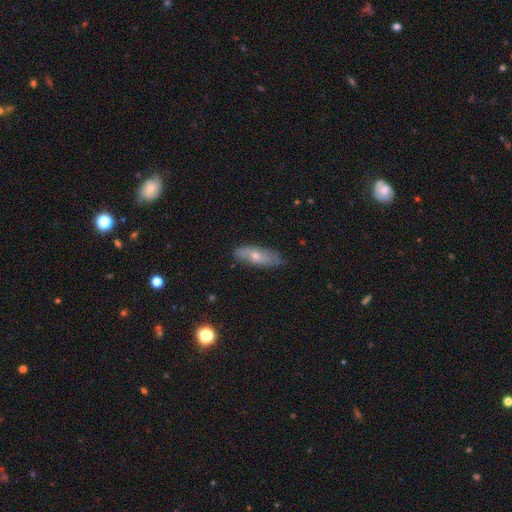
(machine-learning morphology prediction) Overall: featured or disk (49%; smooth 42%). Merging: none (80%).